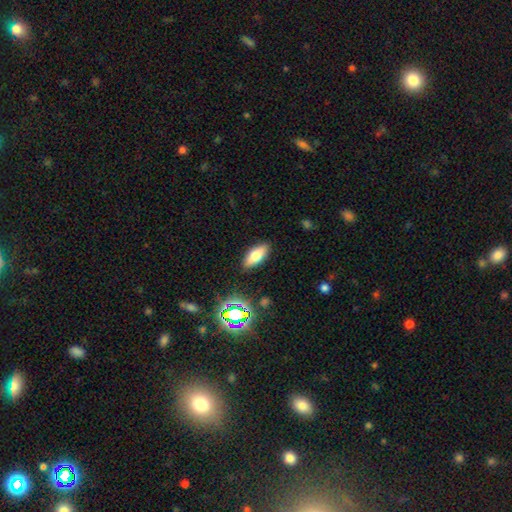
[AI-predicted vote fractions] This is likely a smooth galaxy (72%). How rounded: likely in between (77%). Merging: clearly none (87%).